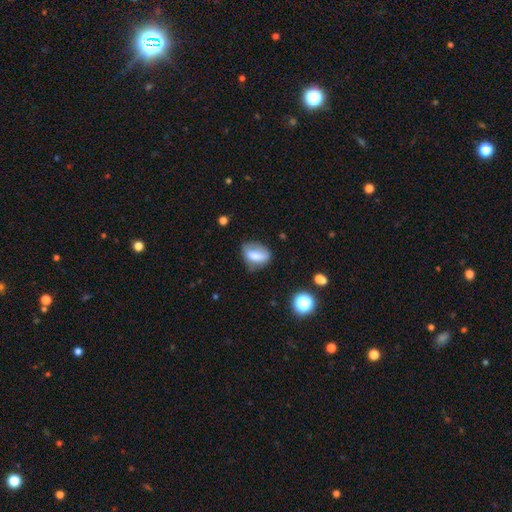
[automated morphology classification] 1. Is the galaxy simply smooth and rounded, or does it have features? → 69% smooth, 21% featured or disk, 9% star or artifact.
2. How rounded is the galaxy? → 77% in between, 18% round, 5% cigar-shaped.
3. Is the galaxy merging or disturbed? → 52% none, 32% minor disturbance, 13% major disturbance, 3% merger.